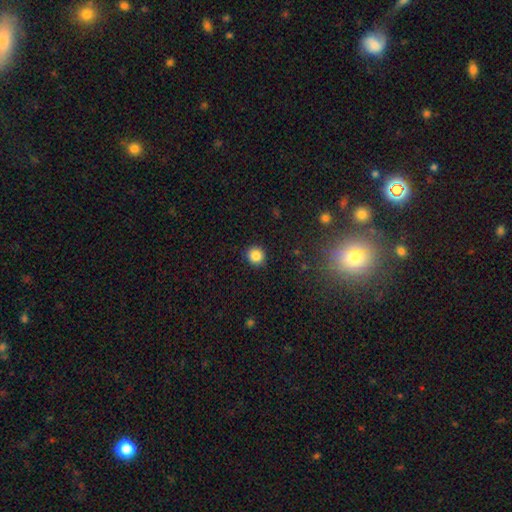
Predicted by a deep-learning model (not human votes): A smooth galaxy with no disk features (85%) that is round (90%).

Vote fractions:
- Smooth or featured? smooth: 85% / star or artifact: 10% / featured or disk: 5%
- How rounded? round: 90% / in between: 9% / cigar-shaped: 1%
- Merging? none: 91% / minor disturbance: 6% / major disturbance: 2% / merger: 1%